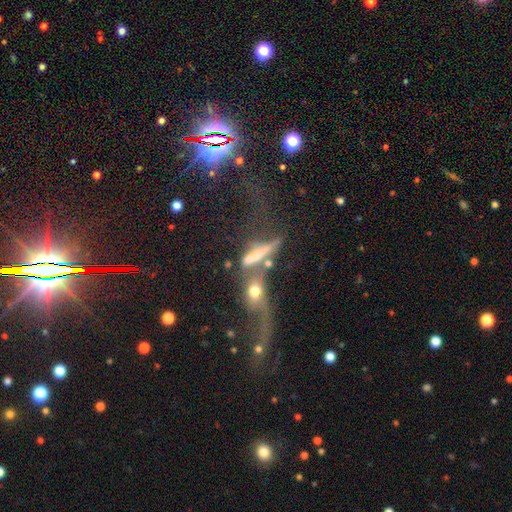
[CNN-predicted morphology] This appears to be a smooth galaxy with no disk features (45%). Merging: merger (56%).